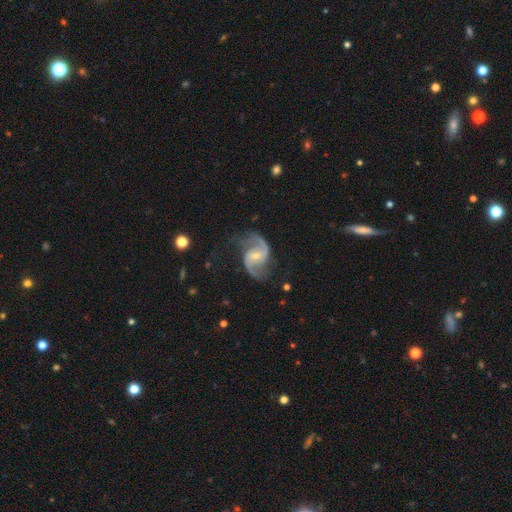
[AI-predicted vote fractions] A featured or disk galaxy (92%) with a weak bar (56%), 2 (93%) medium (56%) spiral arms (98%) and a small central bulge (55%).

Vote fractions:
- Smooth or featured? featured or disk: 92% / star or artifact: 4% / smooth: 4%
- Edge-on disk? no: 98% / yes: 2%
- Bar? weak: 56% / no: 25% / strong: 19%
- Spiral arms? yes: 98% / no: 2%
- Spiral winding? medium: 56% / loose: 31% / tight: 13%
- Spiral arm count? 2: 93% / can't tell: 2% / 3: 1% / 1: 1% / 4: 1% / more than 4: 1%
- Bulge size? small: 55% / moderate: 38% / none: 5% / large: 2% / dominant: 1%
- Merging? none: 70% / minor disturbance: 18% / major disturbance: 10% / merger: 2%